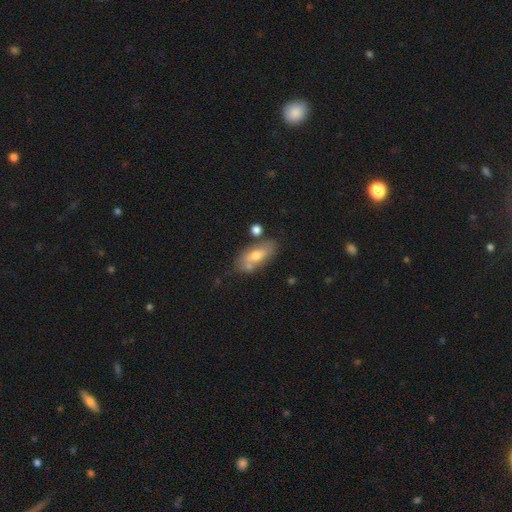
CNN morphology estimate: Smooth or featured: smooth — 57% (featured or disk — 35%)
How rounded: in between — 79% (cigar-shaped — 17%)
Merging: none — 65% (minor disturbance — 18%)